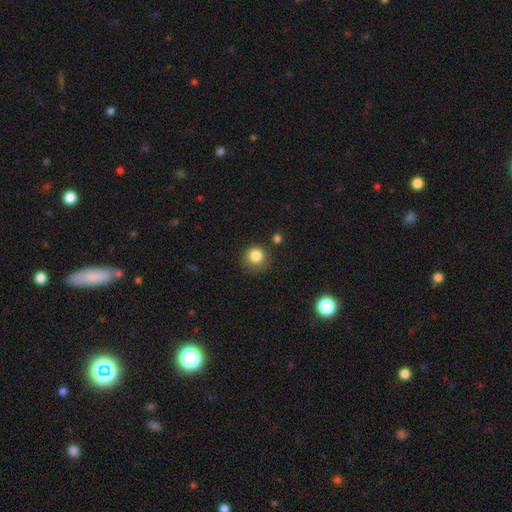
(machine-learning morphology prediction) Overall: smooth (83%). How rounded: round (91%). Merging: none (73%).